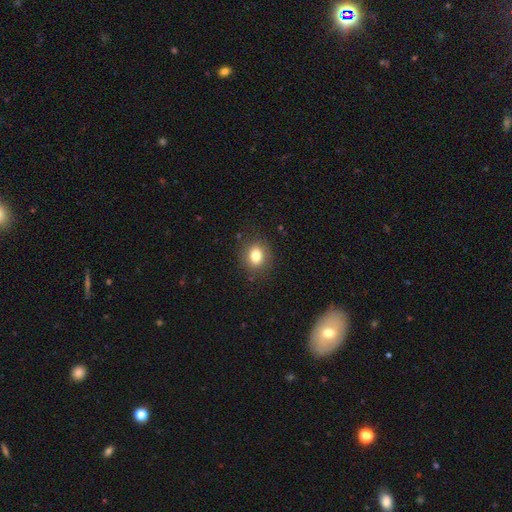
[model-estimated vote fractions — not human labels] smooth_or_featured: smooth (p=0.81) [alt: star or artifact p=0.11]
how_rounded: round (p=0.60) [alt: in between p=0.39]
merging: none (p=0.86) [alt: minor disturbance p=0.09]